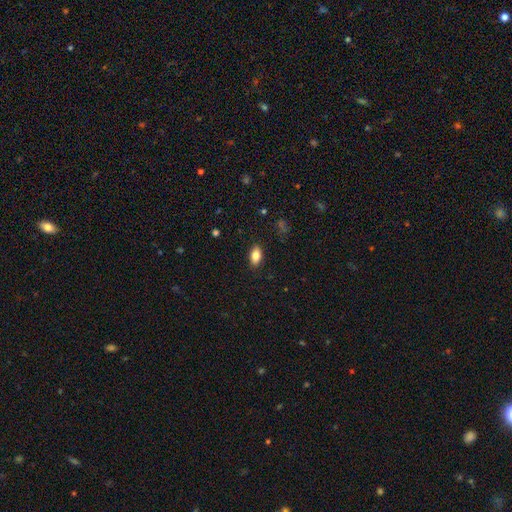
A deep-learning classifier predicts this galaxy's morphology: This is clearly a smooth galaxy (82%). How rounded: clearly in between (90%). Merging: clearly none (87%).